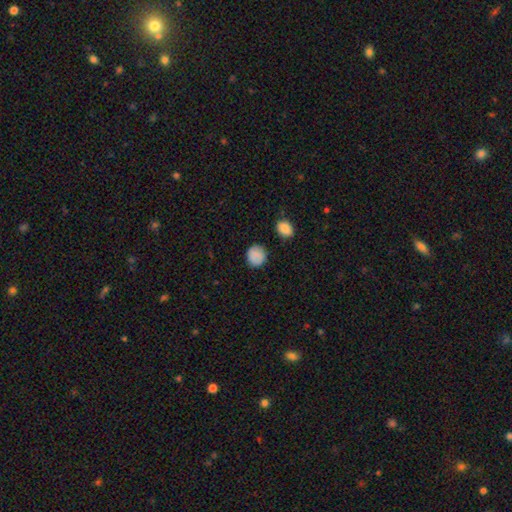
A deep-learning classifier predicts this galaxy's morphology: Smooth or featured?
  - smooth: 84% *
  - star or artifact: 9%
  - featured or disk: 7%
How rounded?
  - round: 80% *
  - in between: 18%
  - cigar-shaped: 1%
Merging?
  - none: 84% *
  - minor disturbance: 11%
  - major disturbance: 3%
  - merger: 2%